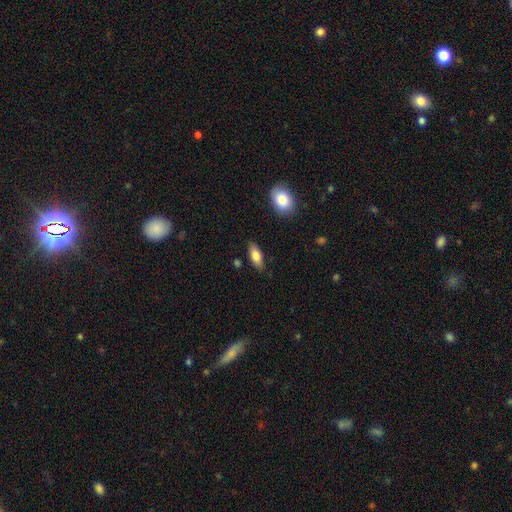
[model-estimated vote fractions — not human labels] This is clearly a smooth galaxy (80%). How rounded: clearly in between (82%). Merging: clearly none (84%).